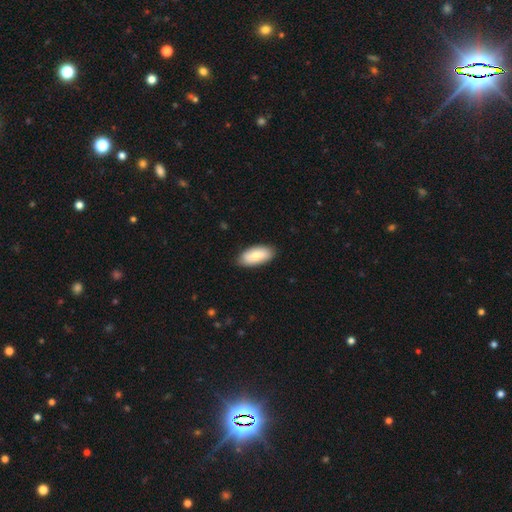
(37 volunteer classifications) Smooth or featured?
  - smooth: 84% *
  - featured or disk: 16%
  - star or artifact: 0%
How rounded?
  - in between: 94% *
  - round: 3%
  - cigar-shaped: 3%
Merging?
  - none: 81% *
  - minor disturbance: 19%
  - major disturbance: 0%
  - merger: 0%